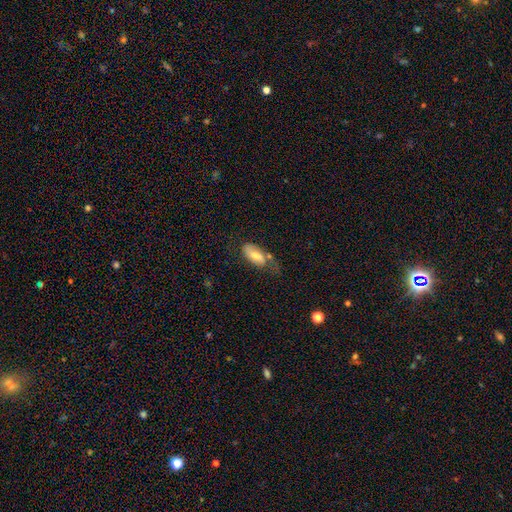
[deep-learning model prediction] Smooth or featured? smooth (53%)
How rounded? in between (90%)
Merging? none (38%)